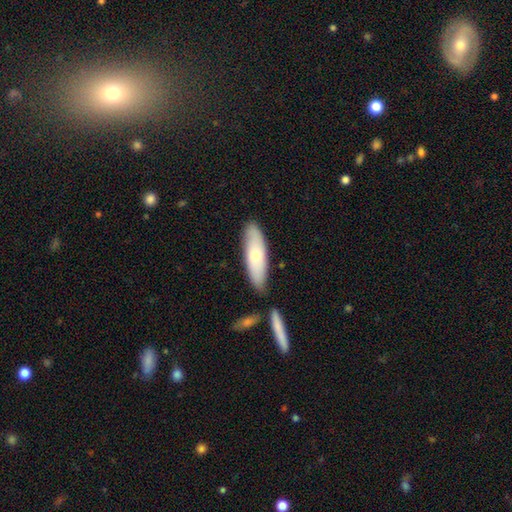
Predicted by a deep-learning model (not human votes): Smooth or featured? smooth (67%)
How rounded? cigar-shaped (51%)
Merging? none (73%)